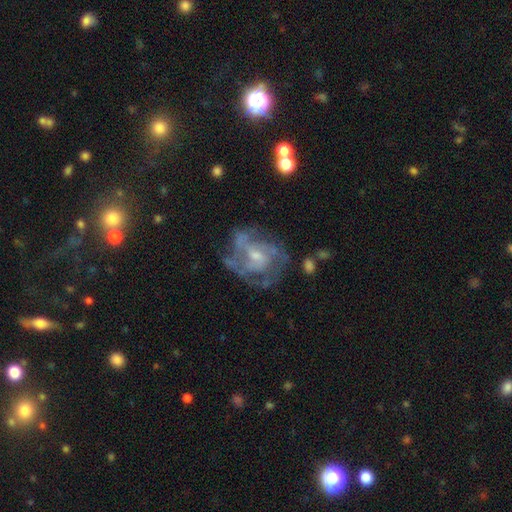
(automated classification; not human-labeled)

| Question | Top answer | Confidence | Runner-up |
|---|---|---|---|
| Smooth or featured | featured or disk | 81% | smooth (11%) |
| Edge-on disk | no | 98% | yes (2%) |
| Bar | no | 54% | weak (39%) |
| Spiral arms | yes | 83% | no (17%) |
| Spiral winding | medium | 44% | tight (40%) |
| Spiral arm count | can't tell | 34% | 3 (27%) |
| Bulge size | small | 54% | moderate (36%) |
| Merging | none | 57% | minor disturbance (20%) |